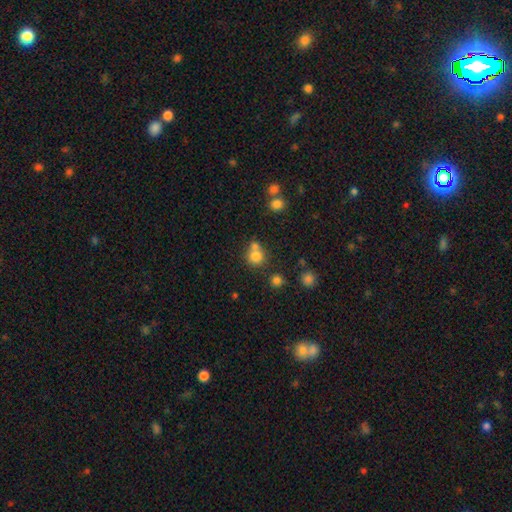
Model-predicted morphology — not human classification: A smooth galaxy with no disk features (78%) that is round (87%).

Vote fractions:
- Smooth or featured? smooth: 78% / star or artifact: 13% / featured or disk: 9%
- How rounded? round: 87% / in between: 12% / cigar-shaped: 1%
- Merging? none: 51% / merger: 38% / minor disturbance: 8% / major disturbance: 3%